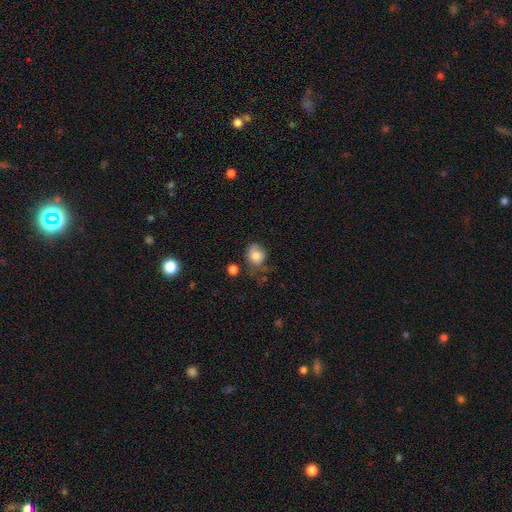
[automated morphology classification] smooth_or_featured: smooth (p=0.79) [alt: featured or disk p=0.12]
how_rounded: round (p=0.58) [alt: in between p=0.41]
merging: none (p=0.42) [alt: minor disturbance p=0.33]